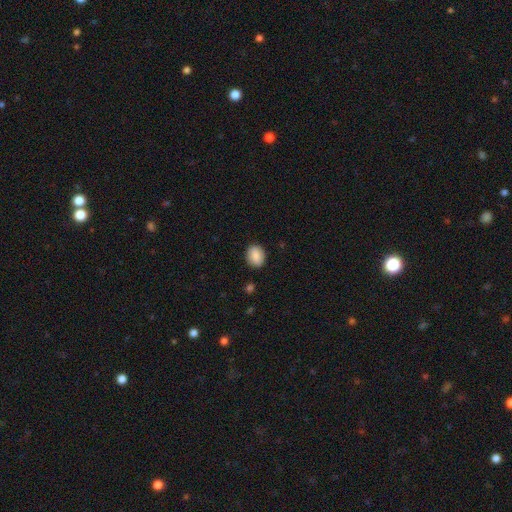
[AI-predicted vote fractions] smooth 88%, star or artifact 7%, featured or disk 5%. Down the decision tree: how rounded — in between (56%); merging — none (88%).